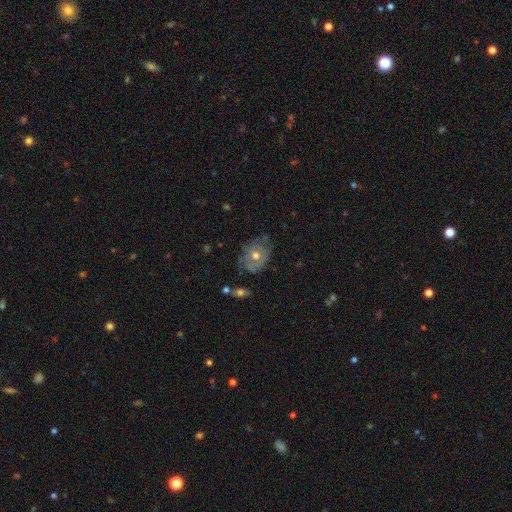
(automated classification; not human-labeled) The model was most divided on "smooth or featured": featured or disk: 53%, smooth: 37%, star or artifact: 10%. More confident: edge-on disk — no (95%); merging — none (64%).